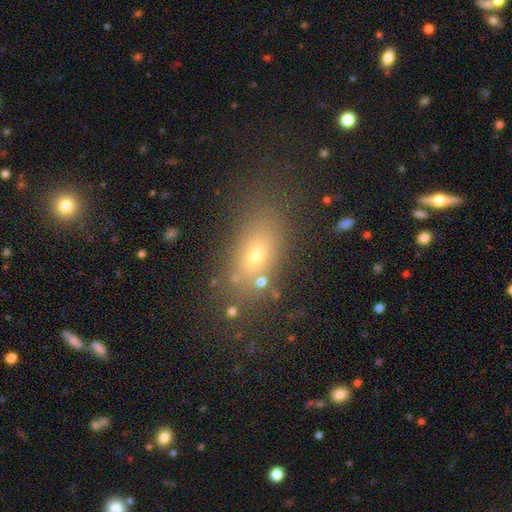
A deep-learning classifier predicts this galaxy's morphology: Smooth or featured: smooth — 66% (star or artifact — 17%)
How rounded: in between — 77% (round — 13%)
Merging: none — 72% (minor disturbance — 14%)